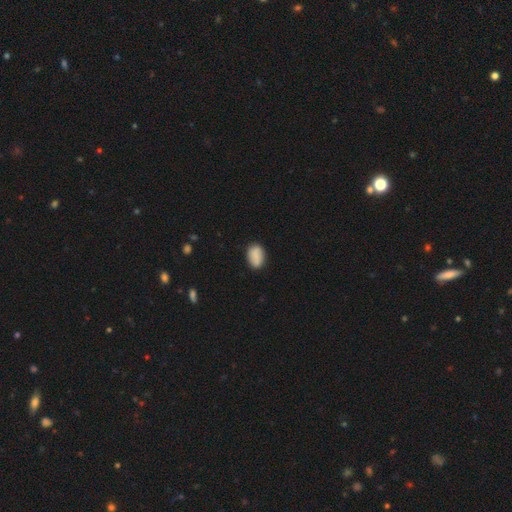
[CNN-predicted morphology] This appears to be a smooth galaxy with no disk features (85%) that is in between round and cigar-shaped (85%). Merging: none (81%).